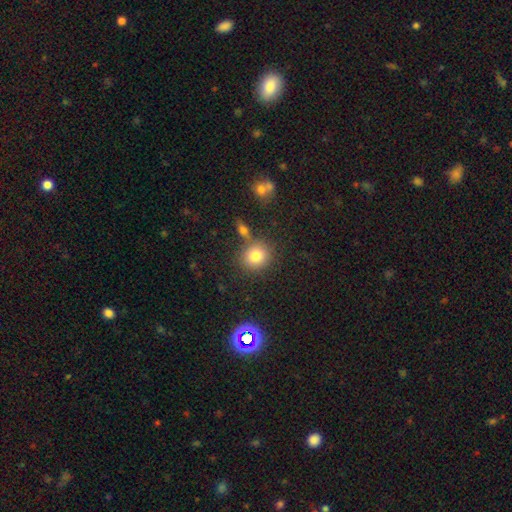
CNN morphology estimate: A smooth galaxy with no disk features (79%) that is round (82%).

Vote fractions:
- Smooth or featured? smooth: 79% / star or artifact: 12% / featured or disk: 9%
- How rounded? round: 82% / in between: 17% / cigar-shaped: 1%
- Merging? none: 72% / merger: 13% / minor disturbance: 11% / major disturbance: 4%